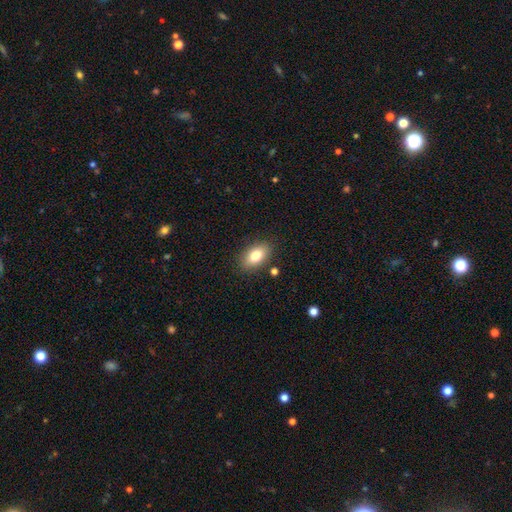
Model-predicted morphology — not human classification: A smooth galaxy with no disk features (81%) that is in between round and cigar-shaped (89%). Merging: none (84%).